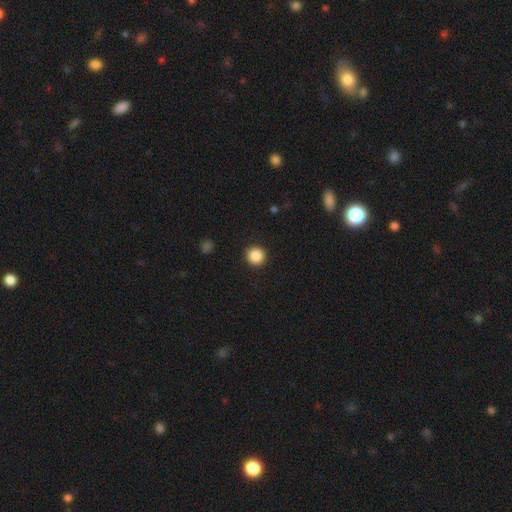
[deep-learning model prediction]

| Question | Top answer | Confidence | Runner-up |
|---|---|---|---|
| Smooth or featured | smooth | 87% | star or artifact (10%) |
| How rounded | round | 94% | in between (5%) |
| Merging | none | 91% | minor disturbance (6%) |